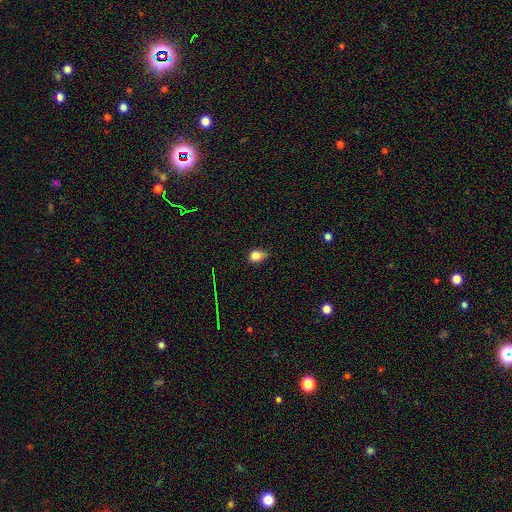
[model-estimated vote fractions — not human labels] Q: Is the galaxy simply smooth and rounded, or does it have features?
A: smooth — 81%.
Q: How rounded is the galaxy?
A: in between — 57%.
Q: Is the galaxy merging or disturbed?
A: none — 47%.